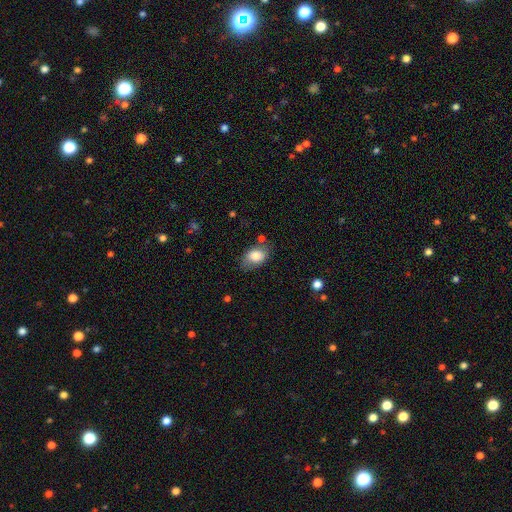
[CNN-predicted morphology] This appears to be a smooth galaxy with no disk features (81%) that is in between round and cigar-shaped (85%). Merging: none (67%).